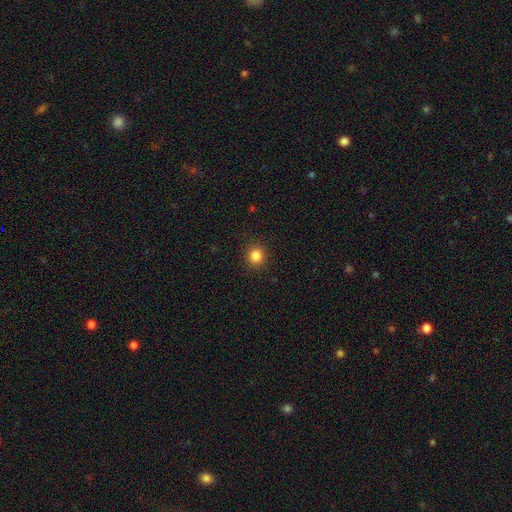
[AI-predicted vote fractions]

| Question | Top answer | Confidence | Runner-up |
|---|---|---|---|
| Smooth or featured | smooth | 84% | star or artifact (12%) |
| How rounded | round | 92% | in between (7%) |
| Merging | none | 91% | minor disturbance (6%) |